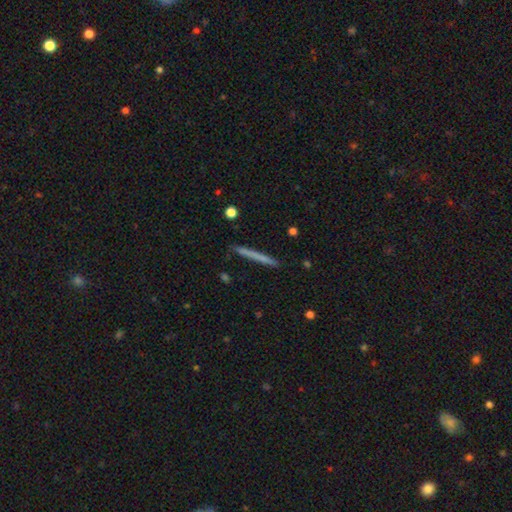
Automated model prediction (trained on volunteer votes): A smooth galaxy with no disk features (58%) that is cigar-shaped (96%).

Vote fractions:
- Smooth or featured? smooth: 58% / featured or disk: 36% / star or artifact: 6%
- How rounded? cigar-shaped: 96% / in between: 2% / round: 2%
- Merging? none: 90% / minor disturbance: 7% / major disturbance: 1% / merger: 1%